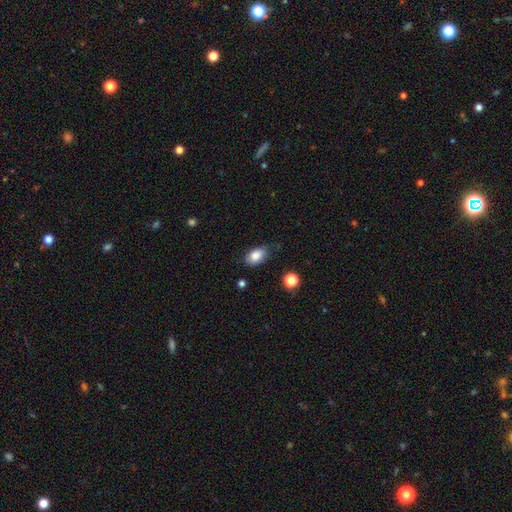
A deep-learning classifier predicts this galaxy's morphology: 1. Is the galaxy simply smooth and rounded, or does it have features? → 85% smooth, 8% star or artifact, 7% featured or disk.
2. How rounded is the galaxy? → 89% in between, 9% round, 2% cigar-shaped.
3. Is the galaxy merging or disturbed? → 69% none, 24% minor disturbance, 5% major disturbance, 2% merger.